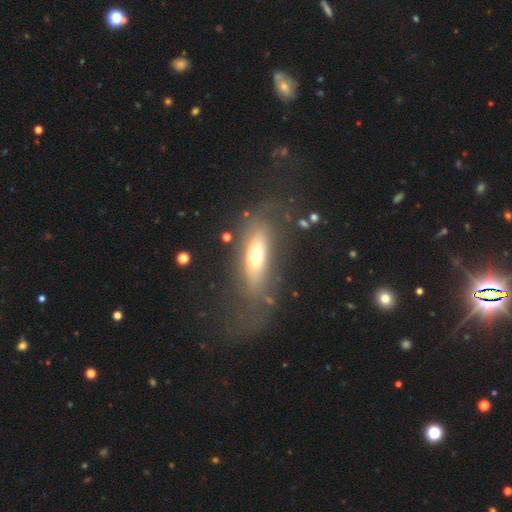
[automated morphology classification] Smooth or featured? Predicted: smooth (p=0.46). Merging? Predicted: none (p=0.48).